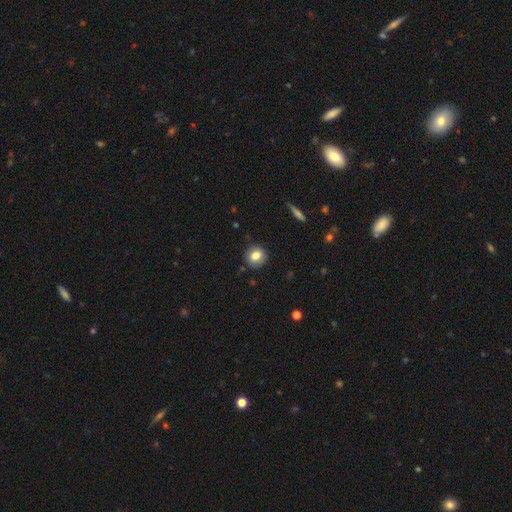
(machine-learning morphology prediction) Q: Smooth or featured?
A: smooth (80%); runner-up: featured or disk (11%)
Q: How rounded?
A: round (79%); runner-up: in between (20%)
Q: Merging?
A: none (87%); runner-up: minor disturbance (9%)